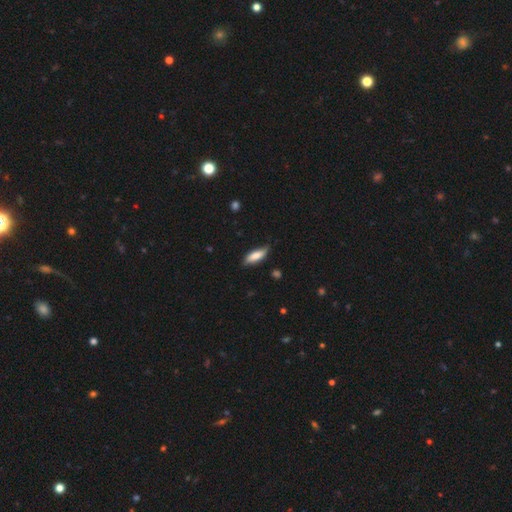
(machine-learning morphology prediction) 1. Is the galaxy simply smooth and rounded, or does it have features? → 76% smooth, 18% featured or disk, 6% star or artifact.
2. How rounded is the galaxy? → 61% in between, 37% cigar-shaped, 2% round.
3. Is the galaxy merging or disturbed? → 71% none, 24% minor disturbance, 4% major disturbance, 1% merger.